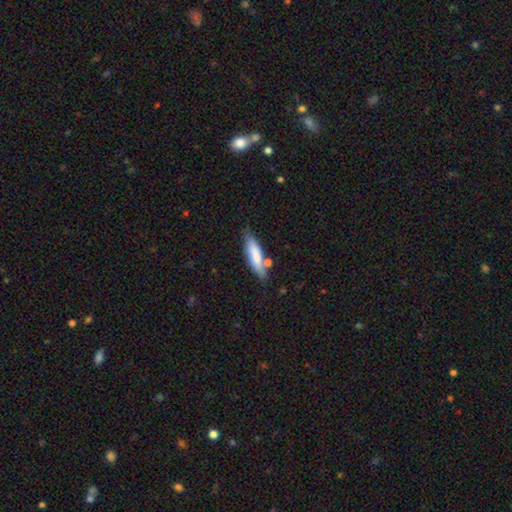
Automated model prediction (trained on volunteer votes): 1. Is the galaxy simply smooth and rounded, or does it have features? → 74% smooth, 19% featured or disk, 6% star or artifact.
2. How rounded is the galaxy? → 67% cigar-shaped, 31% in between, 2% round.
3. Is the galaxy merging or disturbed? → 68% none, 18% minor disturbance, 11% merger, 4% major disturbance.